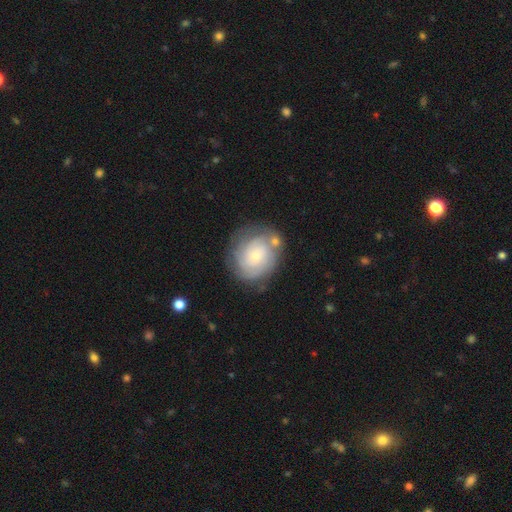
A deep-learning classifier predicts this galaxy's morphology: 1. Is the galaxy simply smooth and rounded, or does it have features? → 64% featured or disk, 29% smooth, 7% star or artifact.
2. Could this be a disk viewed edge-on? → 97% no, 3% yes.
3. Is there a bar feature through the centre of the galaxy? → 80% no, 17% weak, 3% strong.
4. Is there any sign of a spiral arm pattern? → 85% yes, 15% no.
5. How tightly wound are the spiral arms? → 68% tight, 24% medium, 8% loose.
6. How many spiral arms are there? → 44% can't tell, 18% 2, 18% 3, 11% 4, 5% more than 4, 5% 1.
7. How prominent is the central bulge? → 71% small, 23% moderate, 3% large, 2% none, 1% dominant.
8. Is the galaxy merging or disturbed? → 67% none, 17% minor disturbance, 9% merger, 7% major disturbance.